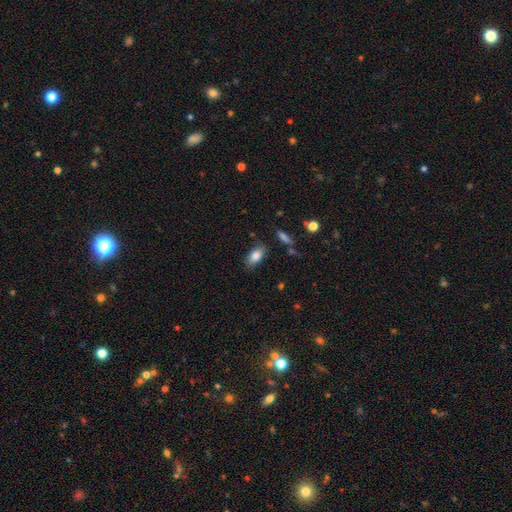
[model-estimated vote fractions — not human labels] This appears to be a smooth galaxy with no disk features (83%) that is in between round and cigar-shaped (90%). Merging: none (82%).